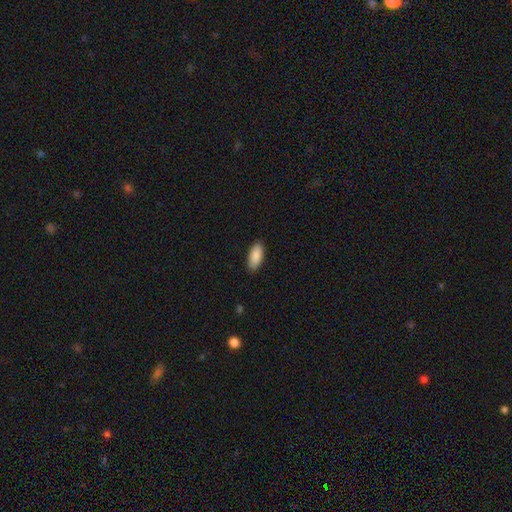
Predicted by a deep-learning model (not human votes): smooth 90%, star or artifact 6%, featured or disk 5%. Down the decision tree: how rounded — in between (86%); merging — none (89%).